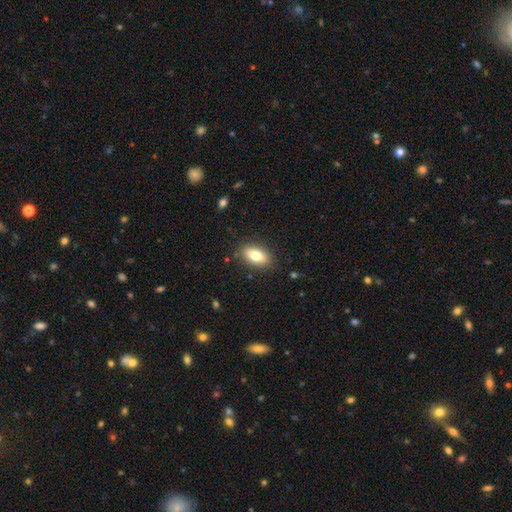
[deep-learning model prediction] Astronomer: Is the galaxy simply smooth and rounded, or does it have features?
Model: smooth — 78%.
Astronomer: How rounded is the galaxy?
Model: in between — 88%.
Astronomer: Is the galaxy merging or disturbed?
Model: none — 86%.